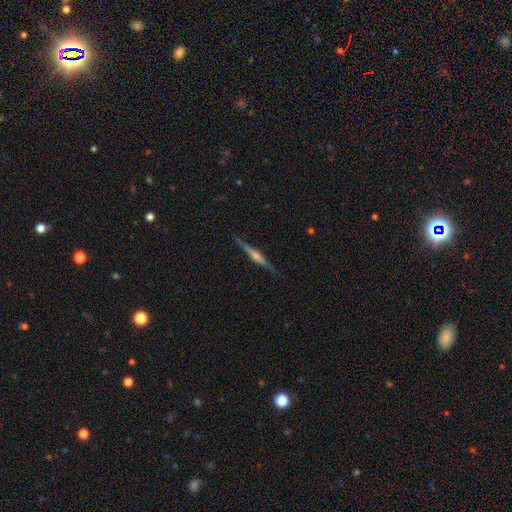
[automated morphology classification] featured or disk 81%, smooth 13%, star or artifact 6%. Down the decision tree: edge-on disk — yes (98%); edge-on bulge — rounded (72%); merging — none (89%).